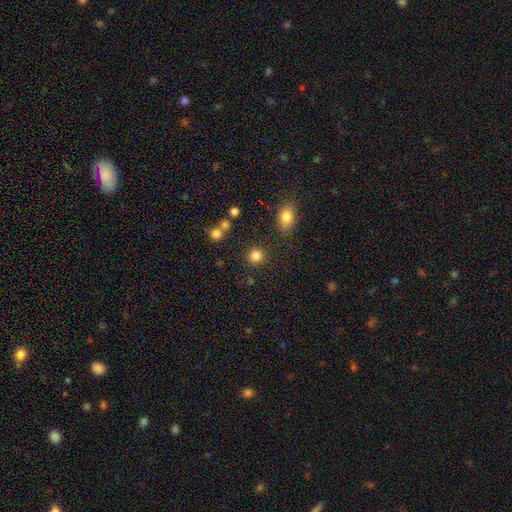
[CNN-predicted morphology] smooth_or_featured: smooth (p=0.84) [alt: star or artifact p=0.12]
how_rounded: round (p=0.91) [alt: in between p=0.08]
merging: none (p=0.86) [alt: minor disturbance p=0.07]